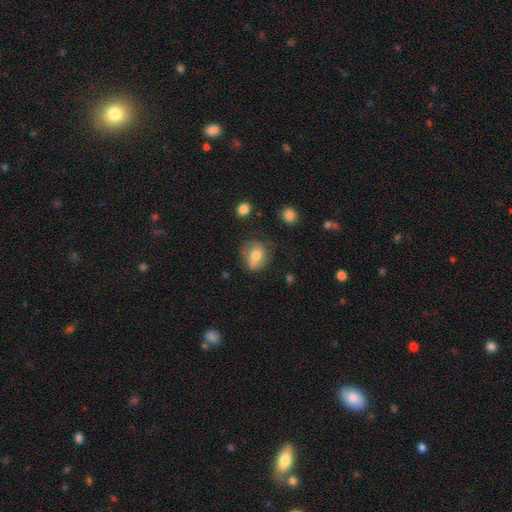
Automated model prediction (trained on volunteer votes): Q: Smooth or featured?
A: smooth (66%); runner-up: featured or disk (24%)
Q: How rounded?
A: round (63%); runner-up: in between (36%)
Q: Merging?
A: none (64%); runner-up: minor disturbance (24%)